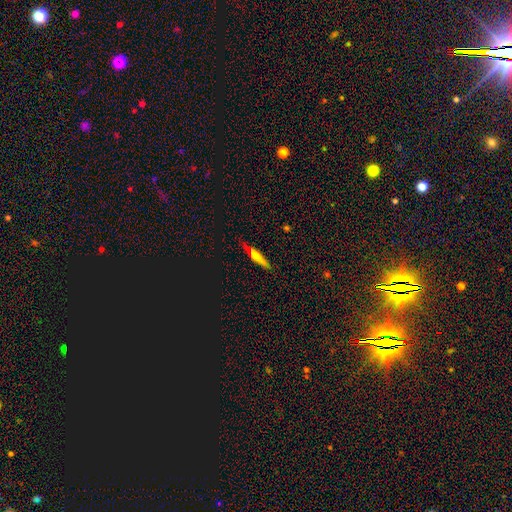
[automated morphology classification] Smooth or featured?
  - smooth: 58% *
  - featured or disk: 31%
  - star or artifact: 11%
How rounded?
  - cigar-shaped: 88% *
  - in between: 10%
  - round: 2%
Merging?
  - none: 76% *
  - minor disturbance: 18%
  - major disturbance: 4%
  - merger: 2%